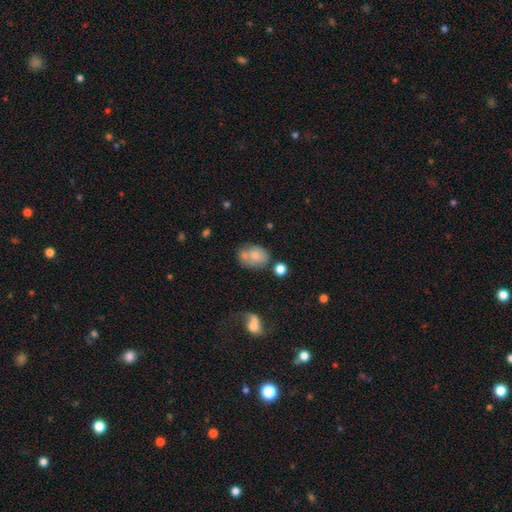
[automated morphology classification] Smooth or featured? Predicted: smooth (p=0.72). How rounded? Predicted: in between (p=0.69). Merging? Predicted: none (p=0.47).